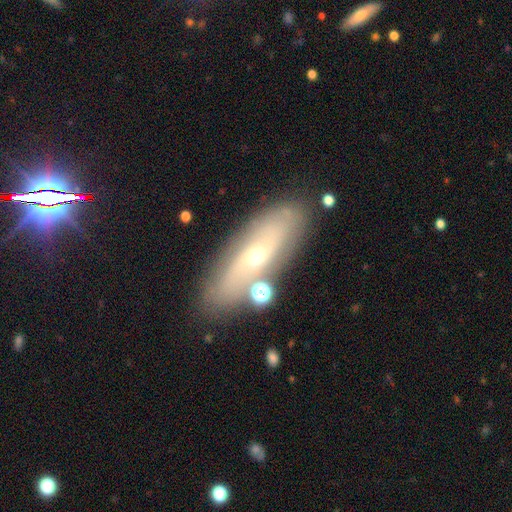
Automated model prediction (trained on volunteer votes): Q: Smooth or featured?
A: featured or disk (60%); runner-up: smooth (31%)
Q: Edge-on disk?
A: no (74%); runner-up: yes (26%)
Q: Merging?
A: none (76%); runner-up: minor disturbance (13%)